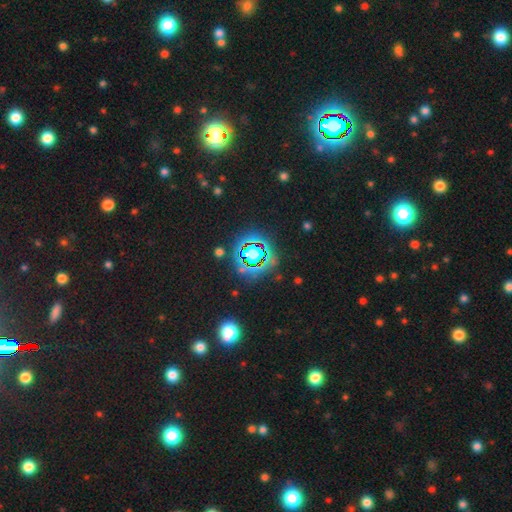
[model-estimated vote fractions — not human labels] Morphology: type=star or artifact (67%).